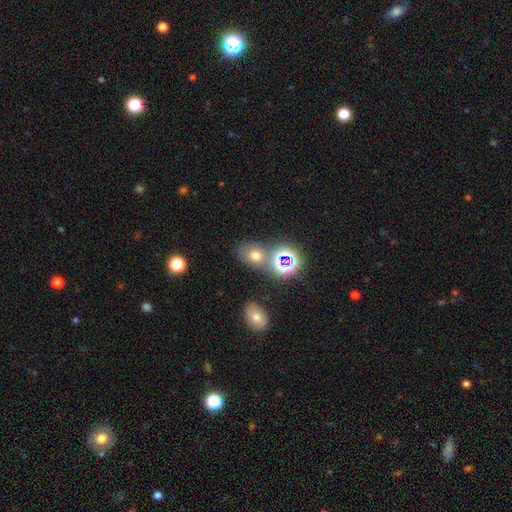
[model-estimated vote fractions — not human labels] smooth_or_featured: smooth (p=0.63) [alt: star or artifact p=0.24]
how_rounded: in between (p=0.63) [alt: round p=0.36]
merging: none (p=0.57) [alt: merger p=0.24]